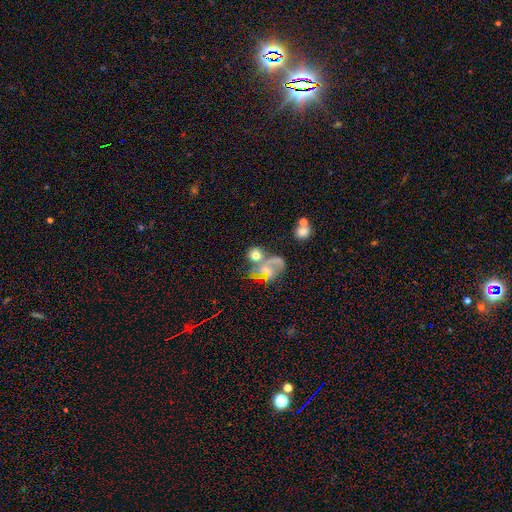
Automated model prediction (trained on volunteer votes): A smooth galaxy with no disk features (48%). Merging: none (43%).